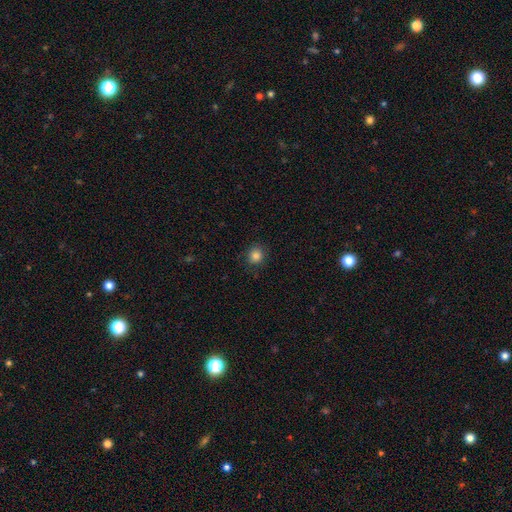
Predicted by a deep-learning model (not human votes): Smooth or featured: smooth — 84% (star or artifact — 11%)
How rounded: round — 83% (in between — 16%)
Merging: none — 87% (minor disturbance — 10%)